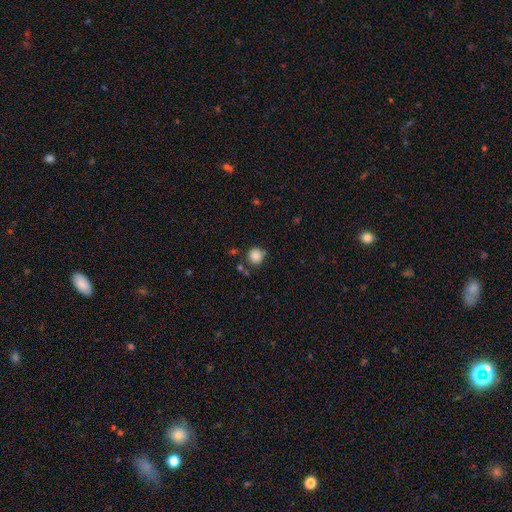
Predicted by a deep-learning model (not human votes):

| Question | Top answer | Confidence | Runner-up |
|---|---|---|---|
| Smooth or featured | smooth | 86% | star or artifact (10%) |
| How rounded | round | 92% | in between (8%) |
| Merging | none | 79% | minor disturbance (12%) |